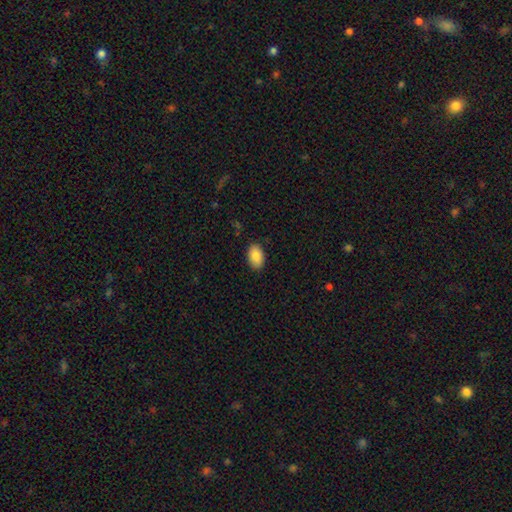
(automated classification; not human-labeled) This appears to be a smooth galaxy with no disk features (86%) that is in between round and cigar-shaped (91%). Merging: none (87%).